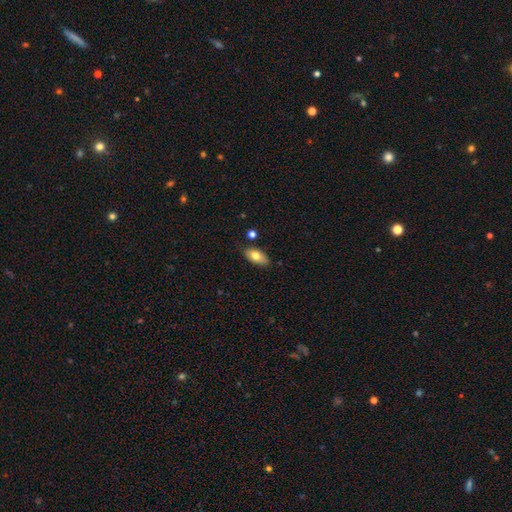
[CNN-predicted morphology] smooth-or-featured: smooth: 74% | featured or disk: 19% | star or artifact: 7%
  how-rounded: in between: 90% | cigar-shaped: 6% | round: 4%
  merging: none: 83% | minor disturbance: 12% | merger: 3% | major disturbance: 2%